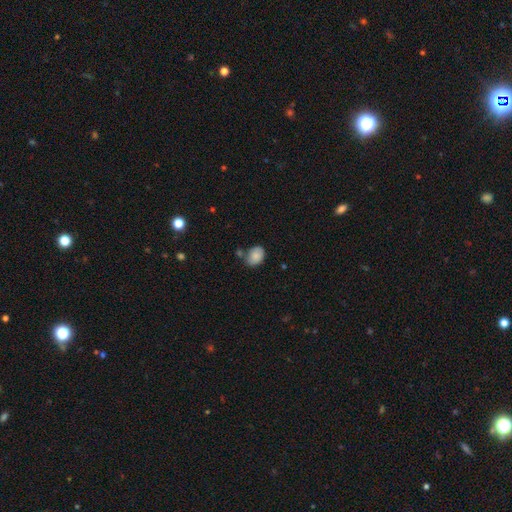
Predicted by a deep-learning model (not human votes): This is clearly a smooth galaxy (85%). How rounded: likely in between (74%). Merging: likely none (62%).